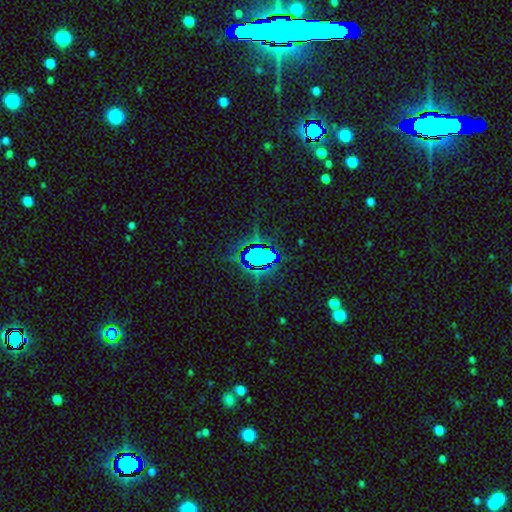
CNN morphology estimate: Smooth or featured: star or artifact — 68% (smooth — 19%)